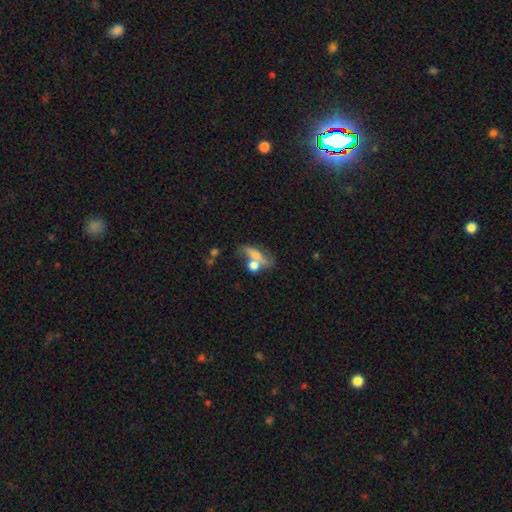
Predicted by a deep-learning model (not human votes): Smooth or featured? smooth (56%)
How rounded? in between (52%)
Merging? merger (40%)